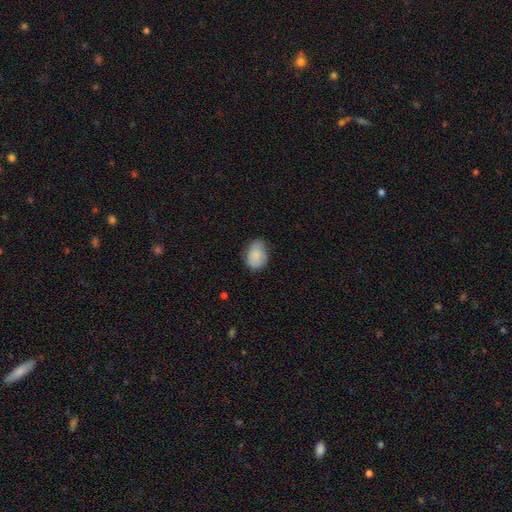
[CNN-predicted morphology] This appears to be a smooth galaxy with no disk features (83%) that is in between round and cigar-shaped (74%). Merging: none (61%).